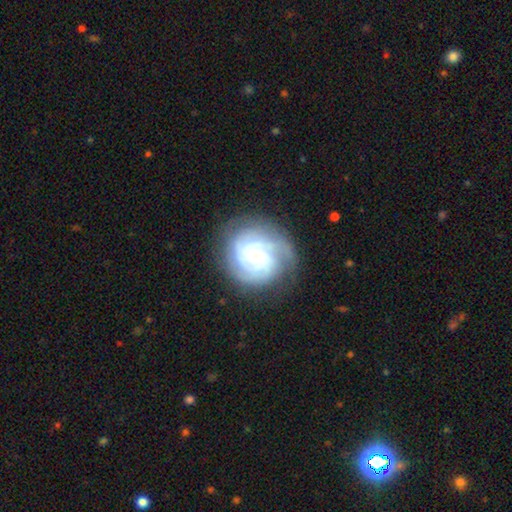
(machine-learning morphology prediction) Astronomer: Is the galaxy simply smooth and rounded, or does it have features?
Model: featured or disk — 81%.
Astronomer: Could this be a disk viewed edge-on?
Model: no — 98%.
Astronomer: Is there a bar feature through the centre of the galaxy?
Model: no — 68%.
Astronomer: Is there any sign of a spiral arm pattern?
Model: yes — 95%.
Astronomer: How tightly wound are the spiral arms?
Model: tight — 69%.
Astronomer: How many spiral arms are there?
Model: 3 — 30% (runner-up: can't tell, 27%).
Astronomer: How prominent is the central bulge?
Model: small — 62%.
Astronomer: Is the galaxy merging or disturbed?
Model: none — 78%.